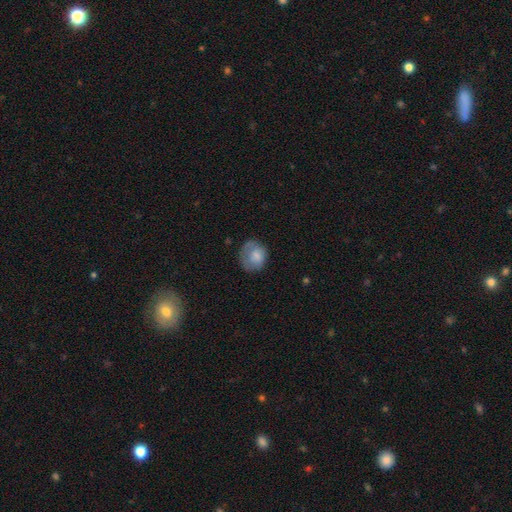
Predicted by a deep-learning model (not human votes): Smooth or featured: smooth — 77% (featured or disk — 16%)
How rounded: round — 66% (in between — 34%)
Merging: none — 54% (minor disturbance — 28%)